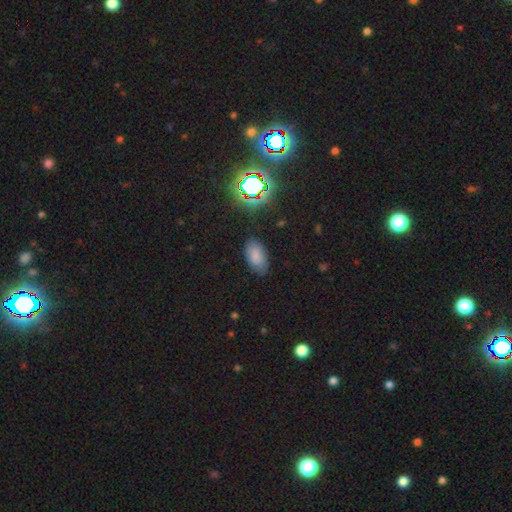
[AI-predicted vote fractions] Smooth or featured: smooth — 76% (star or artifact — 15%)
How rounded: in between — 93% (round — 5%)
Merging: none — 77% (minor disturbance — 18%)